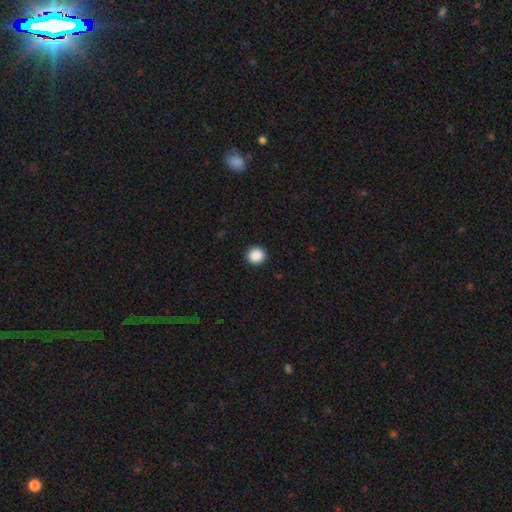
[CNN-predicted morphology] Smooth or featured: smooth — 89% (star or artifact — 9%)
How rounded: round — 93% (in between — 6%)
Merging: none — 93% (minor disturbance — 4%)